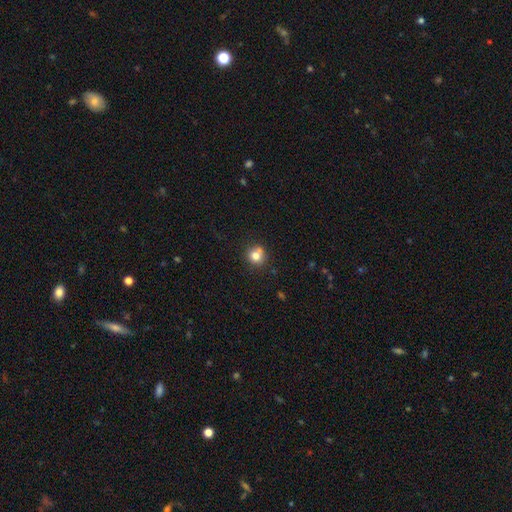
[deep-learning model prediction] Smooth or featured? smooth (78%)
How rounded? round (90%)
Merging? none (67%)